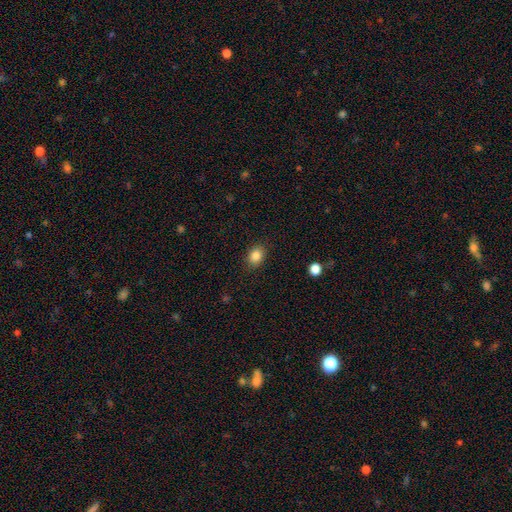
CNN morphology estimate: The model was most divided on "how rounded": in between: 61%, round: 38%, cigar-shaped: 1%. More confident: merging — none (87%); smooth or featured — smooth (85%).